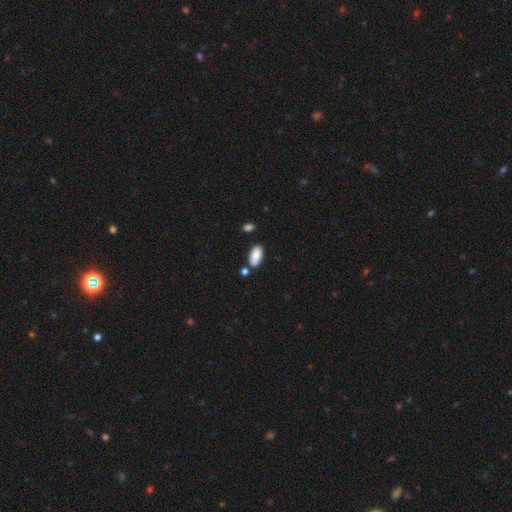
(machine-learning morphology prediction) A smooth galaxy with no disk features (85%) that is in between round and cigar-shaped (93%).

Vote fractions:
- Smooth or featured? smooth: 85% / featured or disk: 9% / star or artifact: 7%
- How rounded? in between: 93% / cigar-shaped: 5% / round: 2%
- Merging? none: 78% / minor disturbance: 12% / merger: 8% / major disturbance: 2%